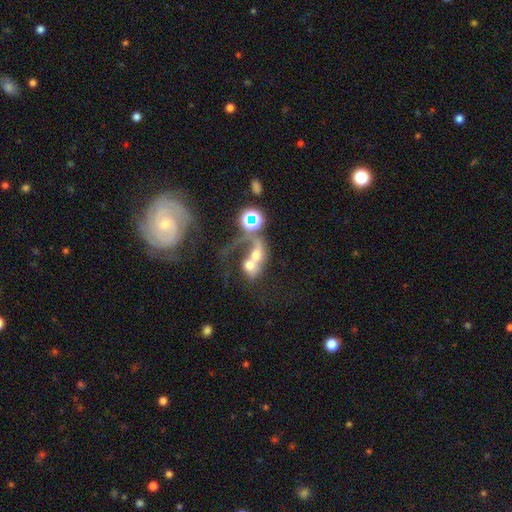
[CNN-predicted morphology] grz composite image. It shows a featured or disk galaxy (51%). Merging: merger (69%).